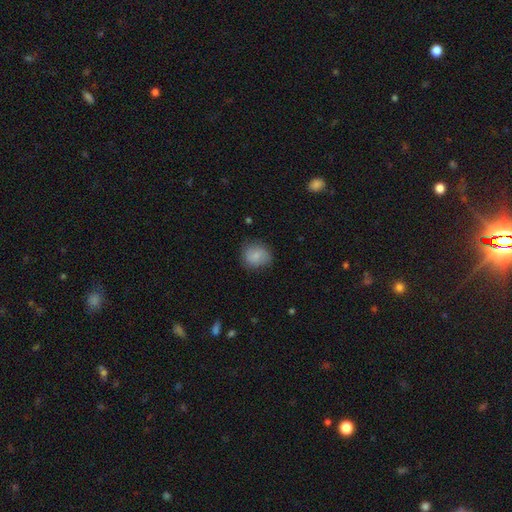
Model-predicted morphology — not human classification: Smooth or featured?
  - smooth: 80% *
  - featured or disk: 13%
  - star or artifact: 7%
How rounded?
  - round: 73% *
  - in between: 26%
  - cigar-shaped: 1%
Merging?
  - none: 74% *
  - minor disturbance: 20%
  - major disturbance: 5%
  - merger: 1%